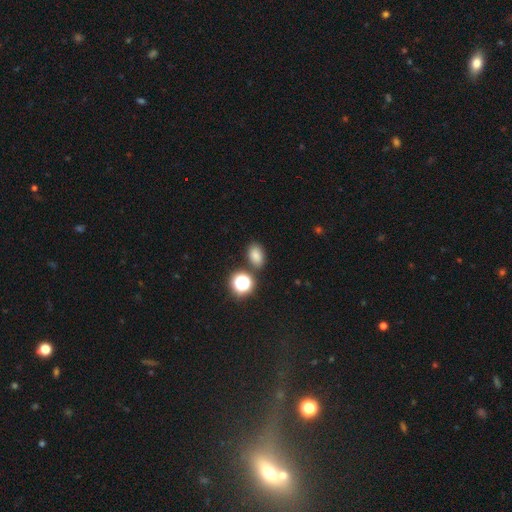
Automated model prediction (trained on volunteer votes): This is likely a smooth galaxy (78%). How rounded: likely in between (79%). Merging: clearly none (80%).